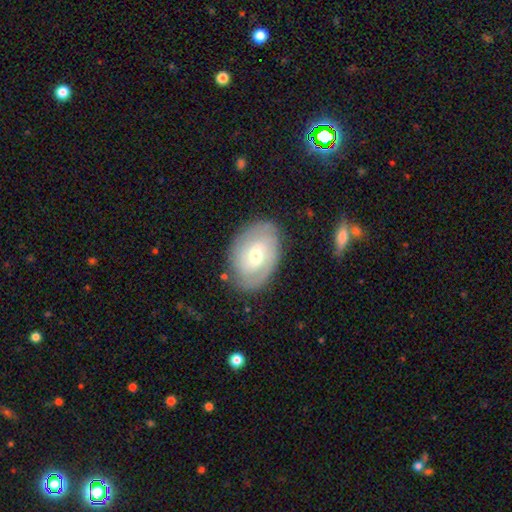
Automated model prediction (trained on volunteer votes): Overall: featured or disk (70%). Edge-on disk: no (96%). Bar: no (55%; weak 37%). Spiral arms: yes (87%). Spiral arm count: 2 (53%; can't tell 27%). Spiral winding: tight (56%; medium 33%). Bulge size: moderate (49%; small 46%). Merging: none (81%).